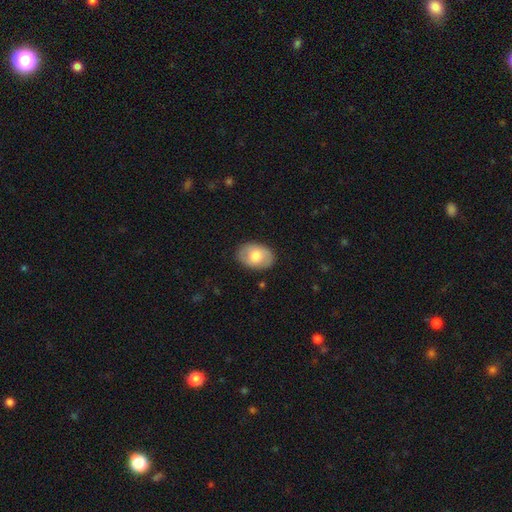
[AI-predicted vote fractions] This appears to be a smooth galaxy with no disk features (68%) that is in between round and cigar-shaped (81%). Merging: none (85%).